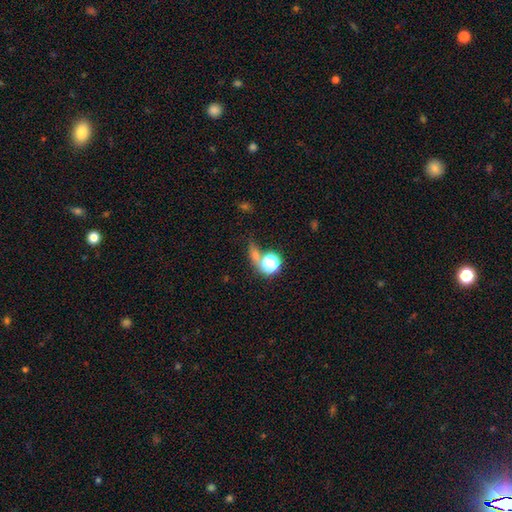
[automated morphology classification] Q: Smooth or featured?
A: smooth (51%); runner-up: star or artifact (38%)
Q: How rounded?
A: round (58%); runner-up: in between (30%)
Q: Merging?
A: none (54%); runner-up: merger (21%)